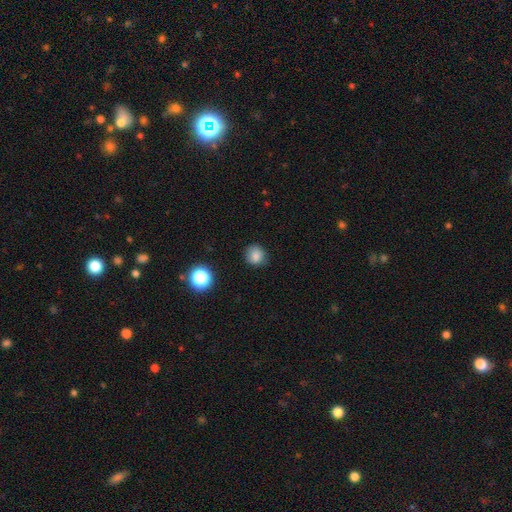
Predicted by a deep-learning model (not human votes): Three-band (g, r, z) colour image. It shows a smooth galaxy with no disk features (82%) that is round (86%). Merging: none (84%).